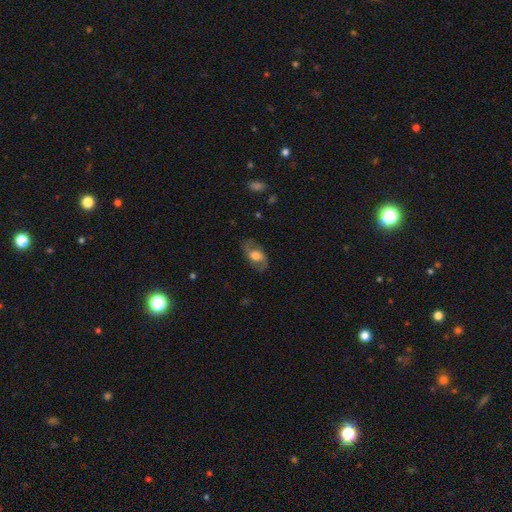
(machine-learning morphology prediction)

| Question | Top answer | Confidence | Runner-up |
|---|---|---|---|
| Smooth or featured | featured or disk | 51% | smooth (42%) |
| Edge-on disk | no | 90% | yes (10%) |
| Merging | none | 76% | minor disturbance (16%) |